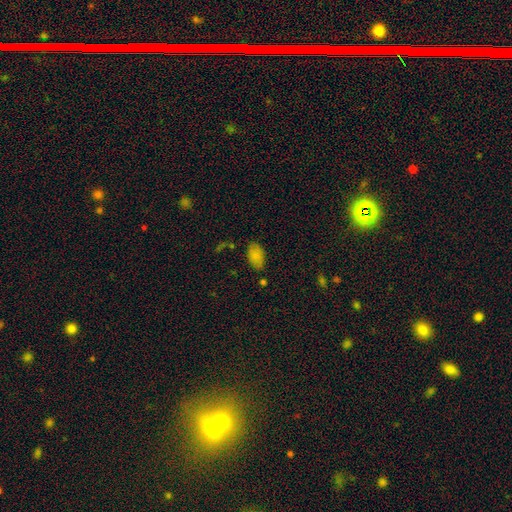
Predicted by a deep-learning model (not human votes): smooth_or_featured: smooth (p=0.82) [alt: star or artifact p=0.10]
how_rounded: in between (p=0.93) [alt: round p=0.05]
merging: none (p=0.77) [alt: minor disturbance p=0.16]